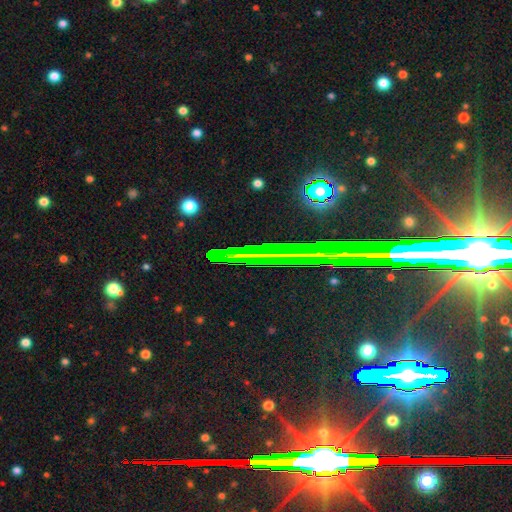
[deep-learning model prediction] Morphology: type=star or artifact (75%).